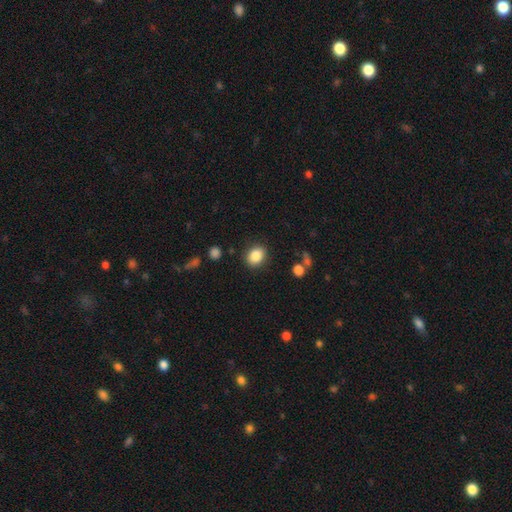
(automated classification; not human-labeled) This is clearly a smooth galaxy (86%). How rounded: possibly in between (51%). Merging: clearly none (86%).